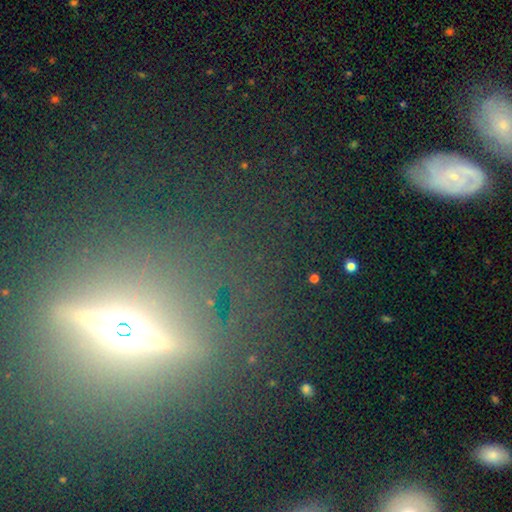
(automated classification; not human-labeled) featured or disk 43%, star or artifact 42%, smooth 15%. Down the decision tree: merging — none (80%).